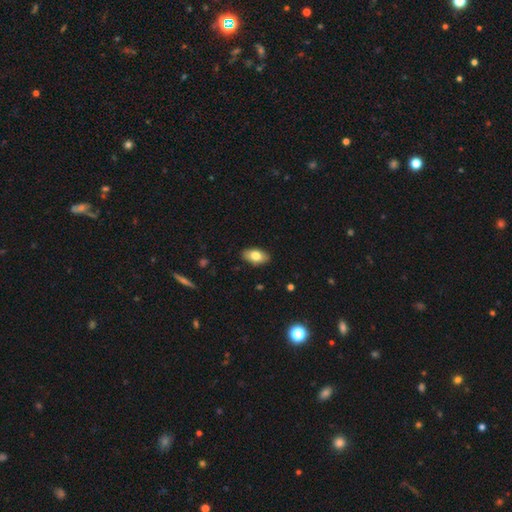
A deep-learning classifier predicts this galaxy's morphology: Smooth or featured?
  - smooth: 78% *
  - featured or disk: 15%
  - star or artifact: 7%
How rounded?
  - in between: 92% *
  - round: 5%
  - cigar-shaped: 3%
Merging?
  - none: 88% *
  - minor disturbance: 9%
  - major disturbance: 2%
  - merger: 1%